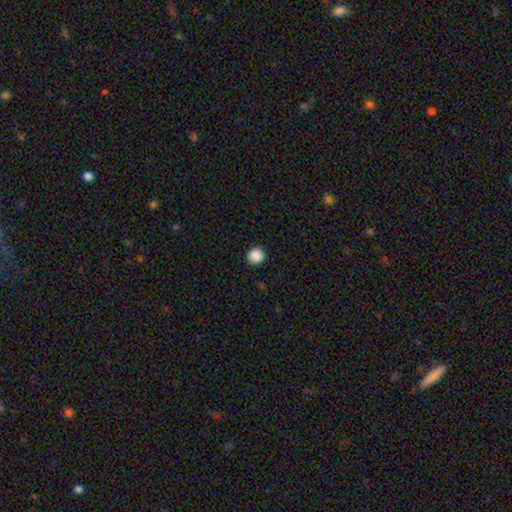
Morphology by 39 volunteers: smooth 85%, featured or disk 8%, star or artifact 8%. Down the decision tree: how rounded — round (91%); merging — none (81%).